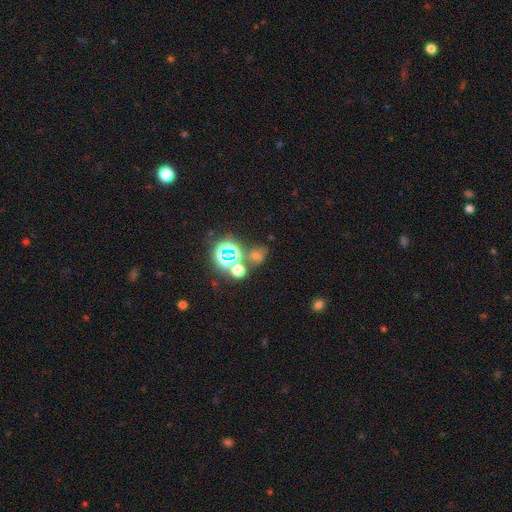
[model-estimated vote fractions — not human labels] Smooth or featured?
  - star or artifact: 55% *
  - smooth: 35%
  - featured or disk: 10%